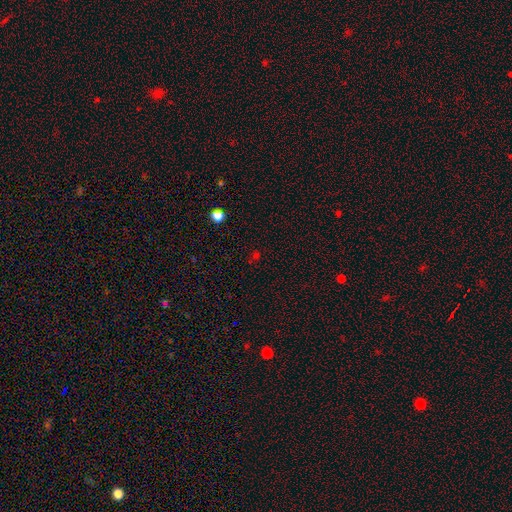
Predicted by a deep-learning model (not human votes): Q: Smooth or featured?
A: star or artifact (52%); runner-up: smooth (42%)